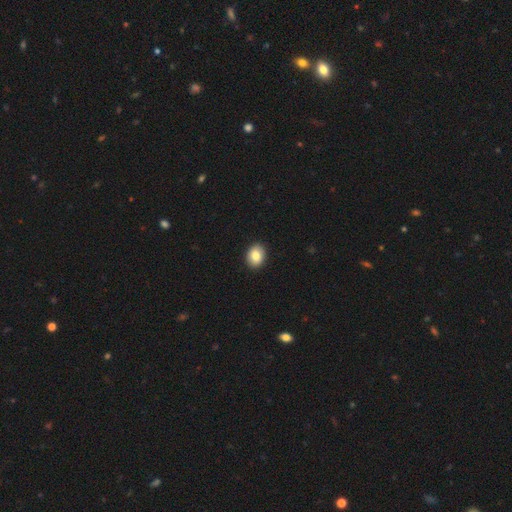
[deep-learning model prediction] Overall: smooth (84%). How rounded: in between (62%; round 37%). Merging: none (92%).